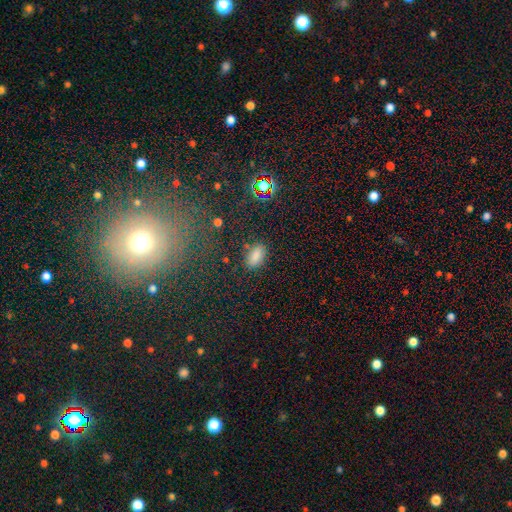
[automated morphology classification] Smooth or featured? smooth (81%)
How rounded? in between (92%)
Merging? none (80%)